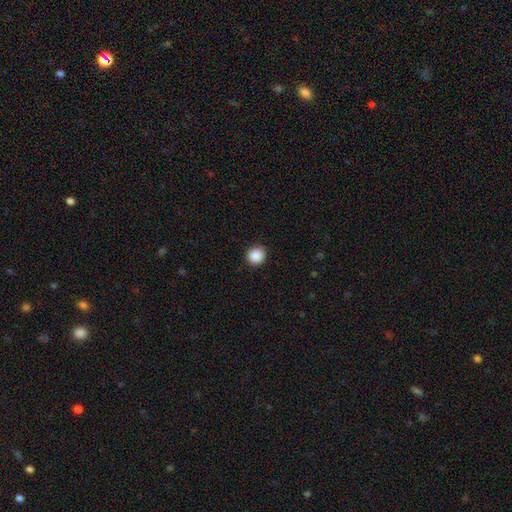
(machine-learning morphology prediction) A smooth galaxy with no disk features (89%) that is round (86%). Merging: none (90%).